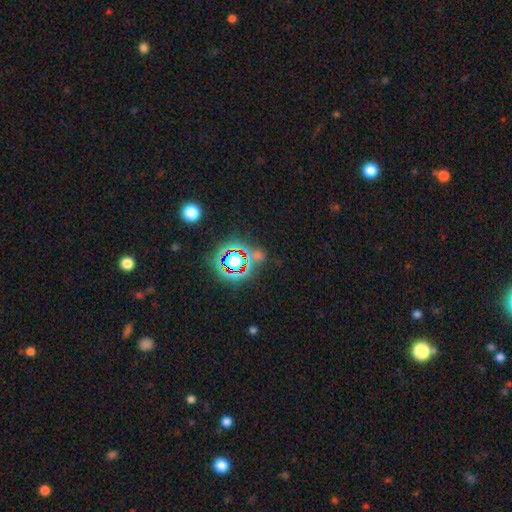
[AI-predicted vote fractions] star or artifact 73%, smooth 17%, featured or disk 10%.